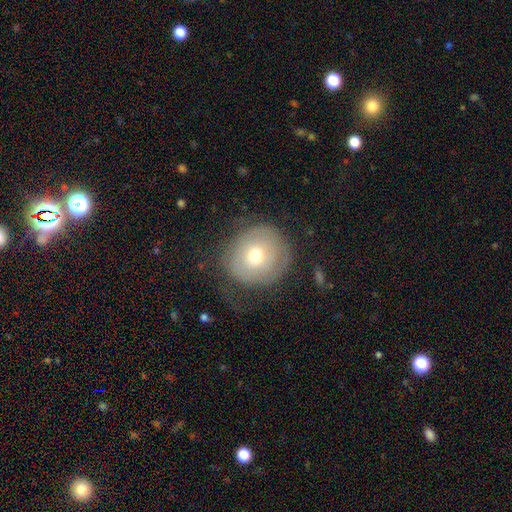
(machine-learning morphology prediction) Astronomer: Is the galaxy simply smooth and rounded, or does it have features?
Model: smooth — 57% (runner-up: featured or disk, 34%).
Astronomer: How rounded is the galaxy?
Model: round — 88%.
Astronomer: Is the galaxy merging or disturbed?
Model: none — 59%.